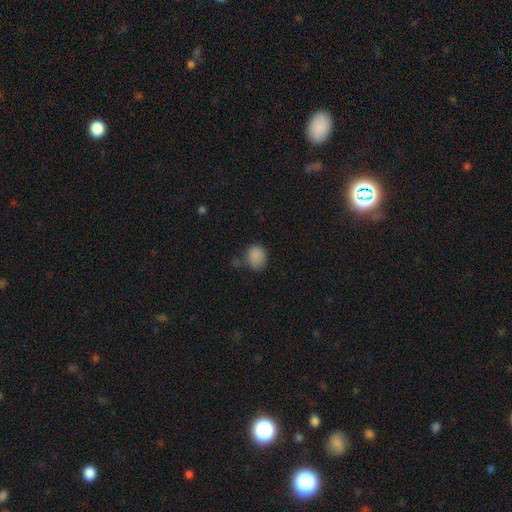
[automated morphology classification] Smooth or featured?
  - smooth: 85% *
  - star or artifact: 10%
  - featured or disk: 4%
How rounded?
  - round: 65% *
  - in between: 34%
  - cigar-shaped: 1%
Merging?
  - none: 61% *
  - minor disturbance: 24%
  - major disturbance: 8%
  - merger: 8%